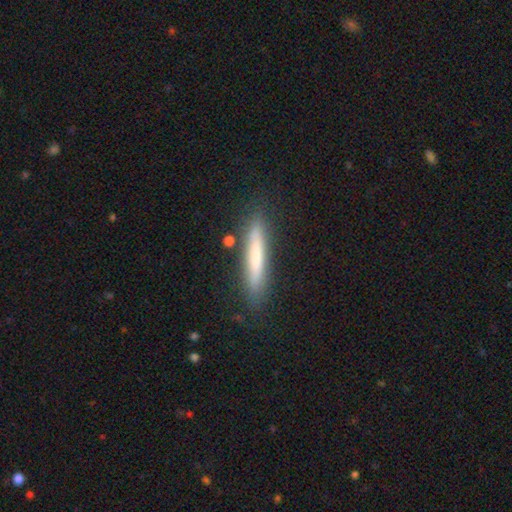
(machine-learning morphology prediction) Smooth or featured? Predicted: smooth (p=0.67). How rounded? Predicted: cigar-shaped (p=0.93). Merging? Predicted: none (p=0.84).